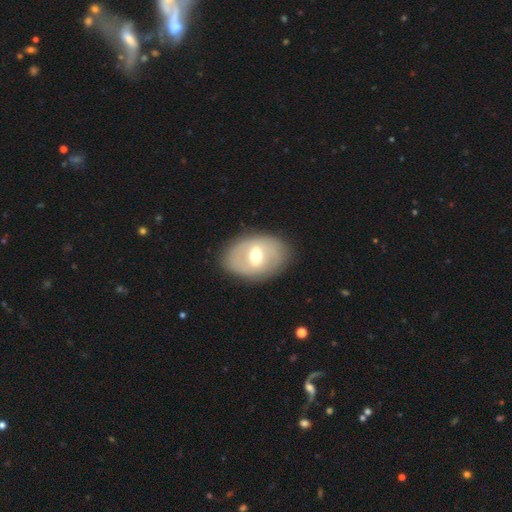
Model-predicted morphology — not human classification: This appears to be a featured or disk galaxy (59%) with a weak bar (48%), no spiral arms (62%) and a moderate central bulge (71%). Merging: none (84%).